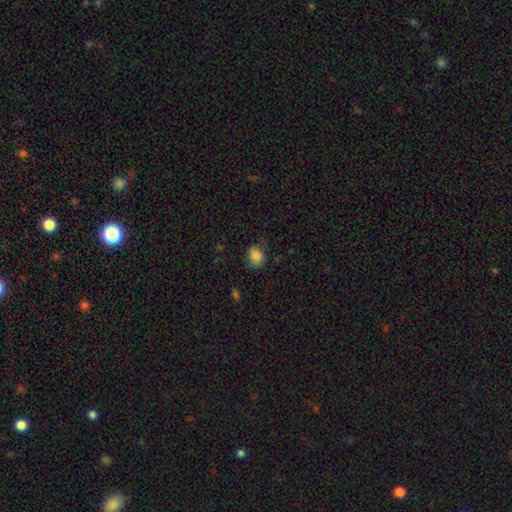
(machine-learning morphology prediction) Smooth or featured: smooth — 82% (star or artifact — 9%)
How rounded: round — 51% (in between — 48%)
Merging: none — 62% (minor disturbance — 27%)